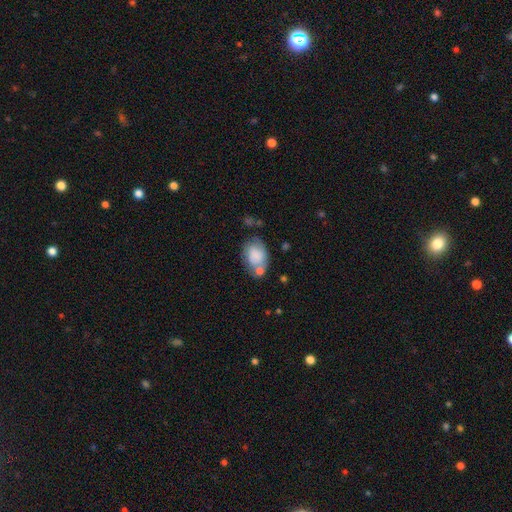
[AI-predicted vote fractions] Overall: smooth (73%). How rounded: in between (78%). Merging: none (46%; minor disturbance 24%).